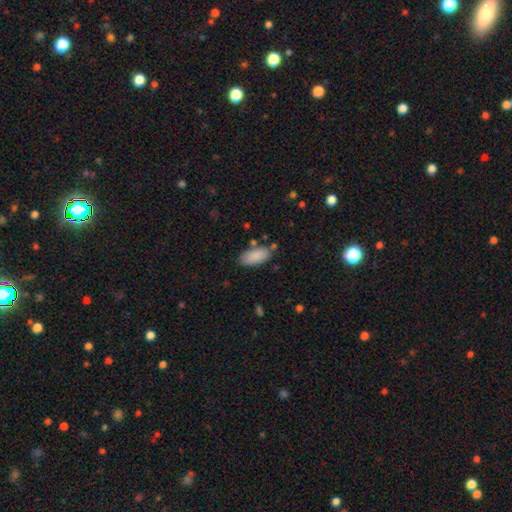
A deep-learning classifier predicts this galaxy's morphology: The model was most divided on "merging": none: 76%, minor disturbance: 15%, merger: 5%, major disturbance: 4%. More confident: how rounded — in between (90%); smooth or featured — smooth (89%).